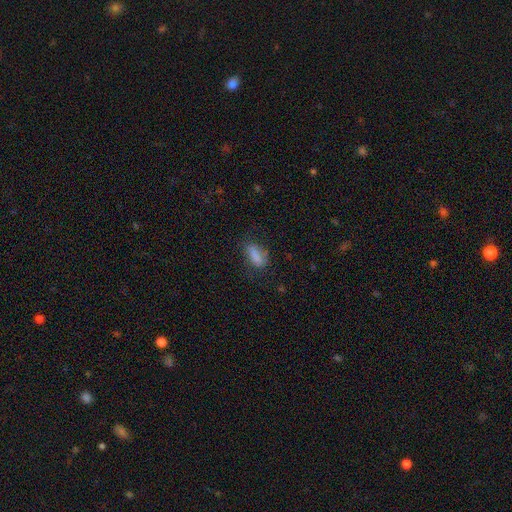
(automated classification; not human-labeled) smooth 80%, featured or disk 10%, star or artifact 10%. Down the decision tree: how rounded — in between (74%); merging — none (61%).